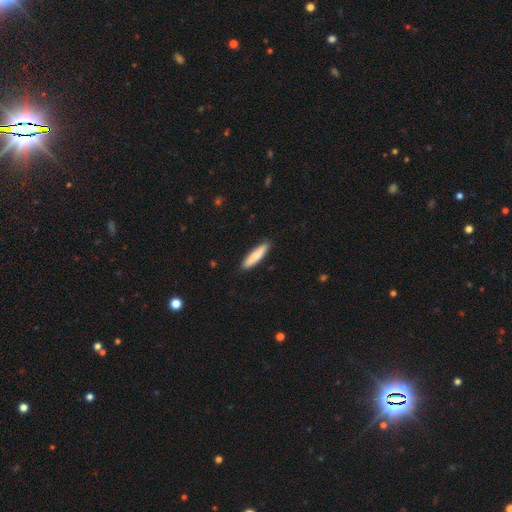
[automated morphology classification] smooth_or_featured: smooth (p=0.81) [alt: featured or disk p=0.14]
how_rounded: cigar-shaped (p=0.80) [alt: in between p=0.19]
merging: none (p=0.90) [alt: minor disturbance p=0.08]